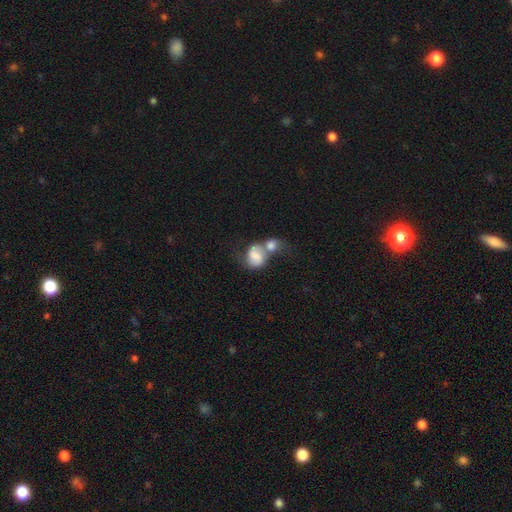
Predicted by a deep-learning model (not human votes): A smooth galaxy with no disk features (63%) that is round (50%).

Vote fractions:
- Smooth or featured? smooth: 63% / featured or disk: 29% / star or artifact: 8%
- How rounded? round: 50% / in between: 49% / cigar-shaped: 1%
- Merging? merger: 65% / none: 16% / major disturbance: 10% / minor disturbance: 9%